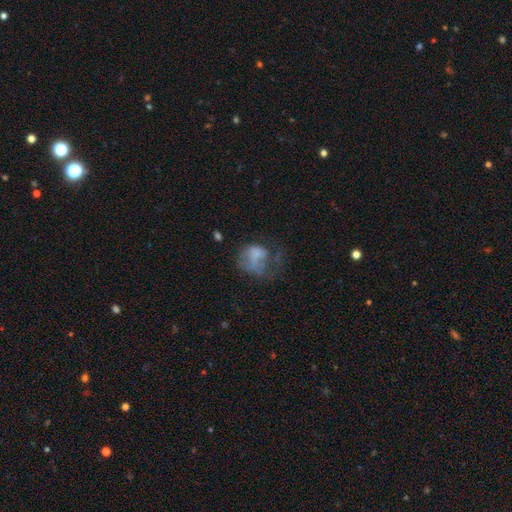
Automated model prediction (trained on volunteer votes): Smooth or featured? smooth (54%)
How rounded? round (53%)
Merging? major disturbance (53%)